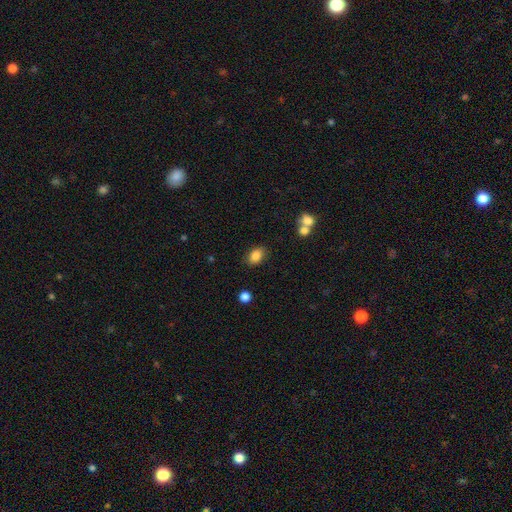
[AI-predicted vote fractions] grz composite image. It shows a smooth galaxy with no disk features (85%) that is in between round and cigar-shaped (81%). Merging: none (82%).